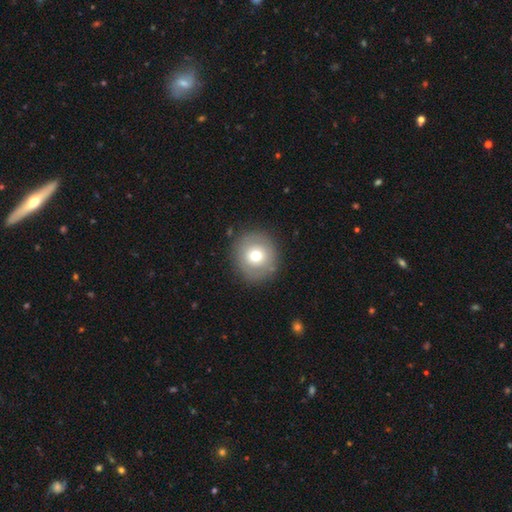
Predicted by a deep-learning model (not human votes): This is likely a smooth galaxy (68%). How rounded: clearly round (92%). Merging: clearly none (86%).